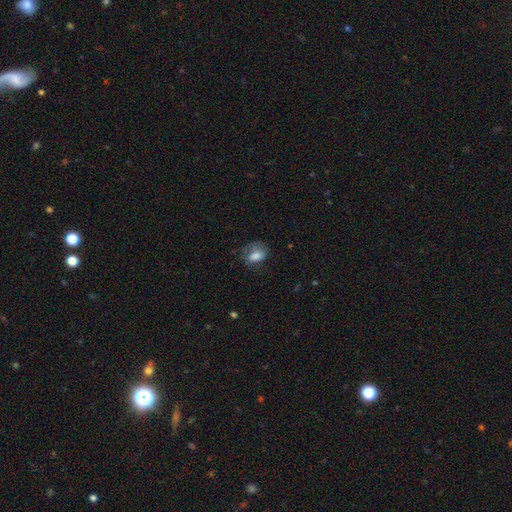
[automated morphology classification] Smooth or featured? Predicted: smooth (p=0.69). How rounded? Predicted: in between (p=0.75). Merging? Predicted: none (p=0.46).